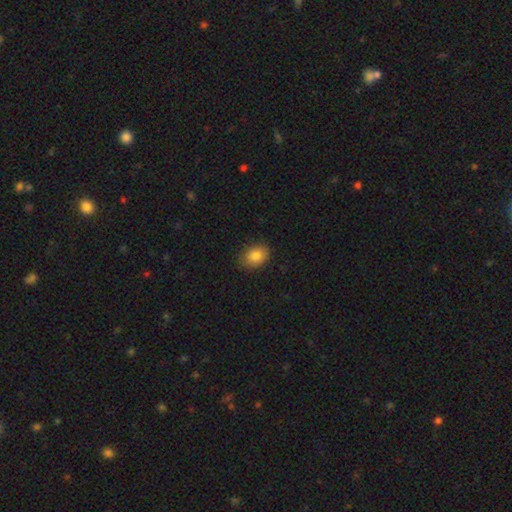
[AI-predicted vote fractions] smooth 86%, star or artifact 8%, featured or disk 6%. Down the decision tree: how rounded — in between (67%); merging — none (81%).